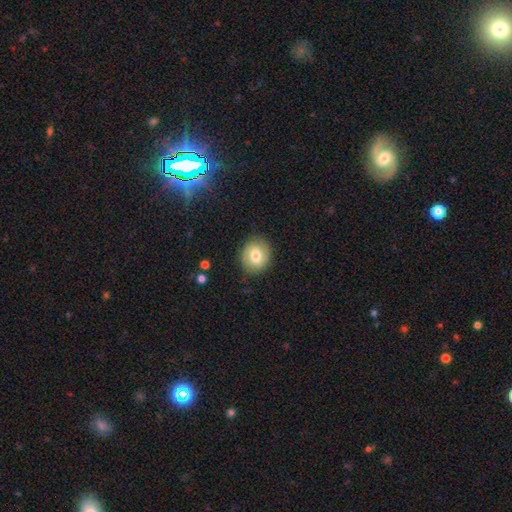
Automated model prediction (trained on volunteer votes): Smooth or featured? Predicted: smooth (p=0.72). How rounded? Predicted: round (p=0.68). Merging? Predicted: none (p=0.83).